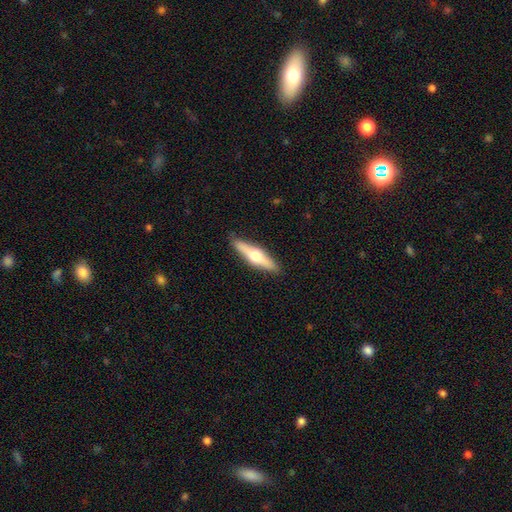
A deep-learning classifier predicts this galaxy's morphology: type=featured or disk (56%); edge-on=yes (93%); edge-on bulge=rounded (94%); merging=none (88%).